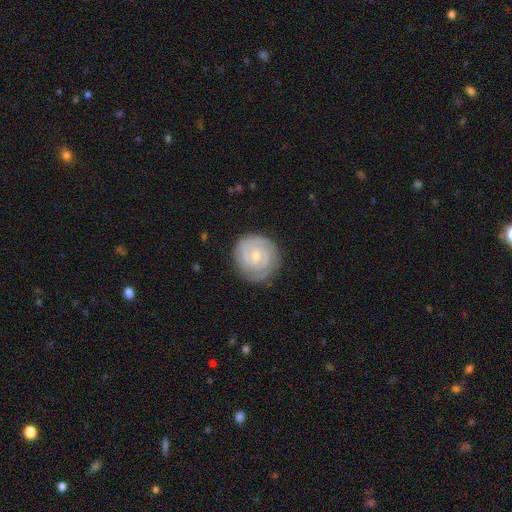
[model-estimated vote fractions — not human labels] This appears to be a featured or disk galaxy (85%) with no bar (58%), 2 (59%) tight (76%) spiral arms (97%) and a small central bulge (61%). Merging: none (82%).